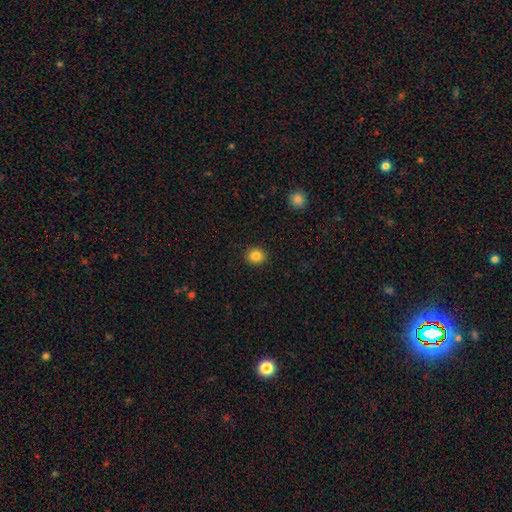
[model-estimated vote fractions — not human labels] smooth-or-featured: smooth: 85% | star or artifact: 10% | featured or disk: 5%
  how-rounded: round: 80% | in between: 19% | cigar-shaped: 1%
  merging: none: 92% | minor disturbance: 6% | major disturbance: 2% | merger: 1%